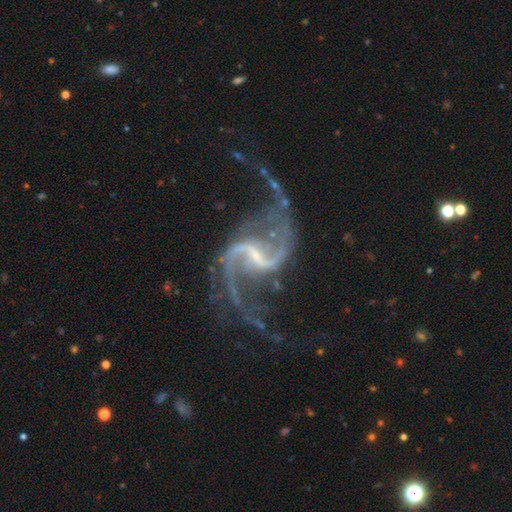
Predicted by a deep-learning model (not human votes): Smooth or featured? Predicted: featured or disk (p=0.93). Edge-on disk? Predicted: no (p=0.98). Bar? Predicted: weak (p=0.48). Spiral arms? Predicted: yes (p=0.98). Spiral winding? Predicted: loose (p=0.82). Spiral arm count? Predicted: 2 (p=0.93). Bulge size? Predicted: small (p=0.57). Merging? Predicted: none (p=0.53).